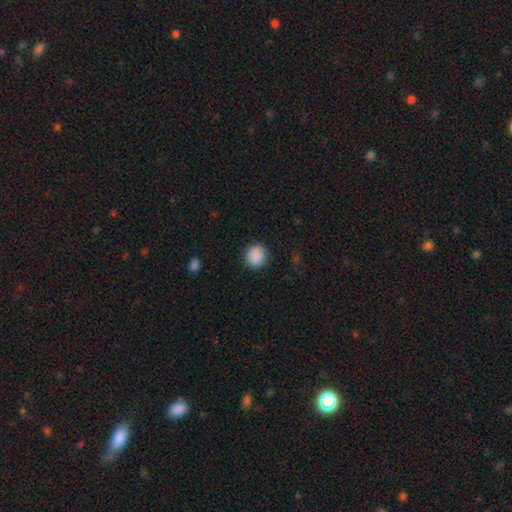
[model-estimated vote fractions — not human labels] Q: Smooth or featured?
A: smooth (89%); runner-up: star or artifact (8%)
Q: How rounded?
A: round (84%); runner-up: in between (15%)
Q: Merging?
A: none (89%); runner-up: minor disturbance (7%)